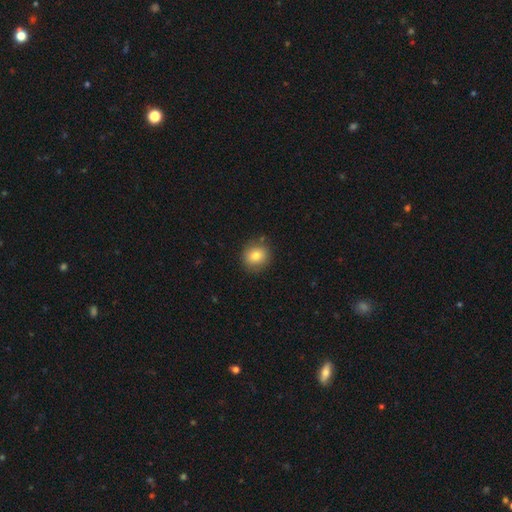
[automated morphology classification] type=smooth (80%); roundness=round (84%); merging=none (86%).